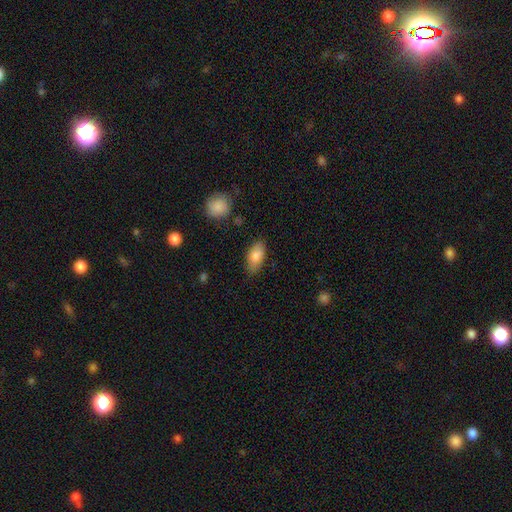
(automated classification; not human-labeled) A smooth galaxy with no disk features (82%) that is in between round and cigar-shaped (89%). Merging: none (79%).